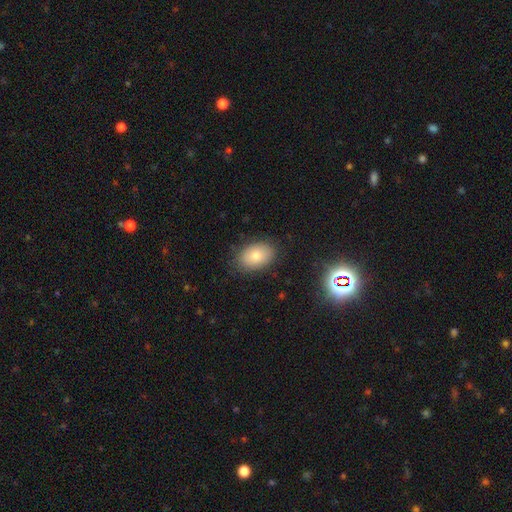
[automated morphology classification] A smooth galaxy with no disk features (79%) that is in between round and cigar-shaped (86%). Merging: none (85%).